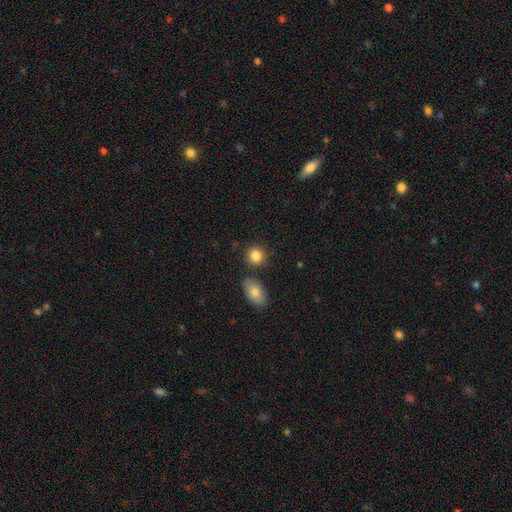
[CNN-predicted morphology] Q: Smooth or featured?
A: smooth (85%); runner-up: star or artifact (8%)
Q: How rounded?
A: round (77%); runner-up: in between (22%)
Q: Merging?
A: none (80%); runner-up: minor disturbance (9%)